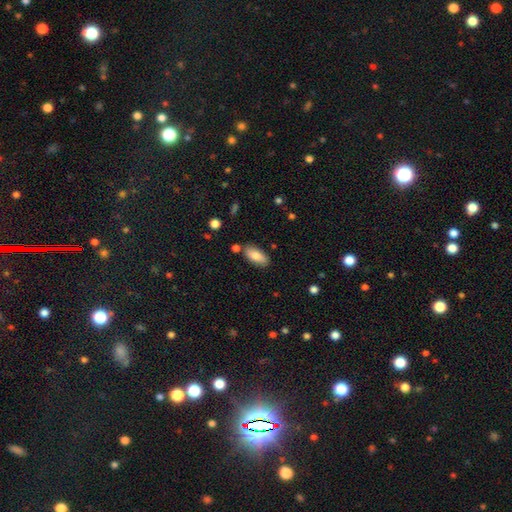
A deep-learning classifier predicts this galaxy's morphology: smooth_or_featured: smooth (p=0.81) [alt: featured or disk p=0.12]
how_rounded: in between (p=0.87) [alt: cigar-shaped p=0.10]
merging: none (p=0.80) [alt: minor disturbance p=0.13]